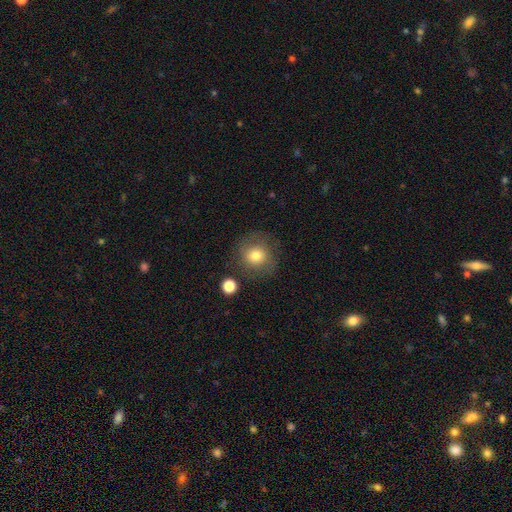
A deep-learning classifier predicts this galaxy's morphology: This is likely a smooth galaxy (75%). How rounded: clearly round (88%). Merging: likely none (78%).